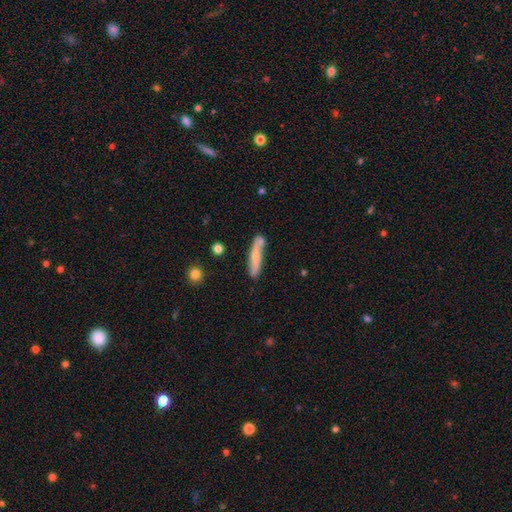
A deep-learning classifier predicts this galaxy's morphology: A smooth galaxy with no disk features (58%) that is cigar-shaped (88%). Merging: none (63%).